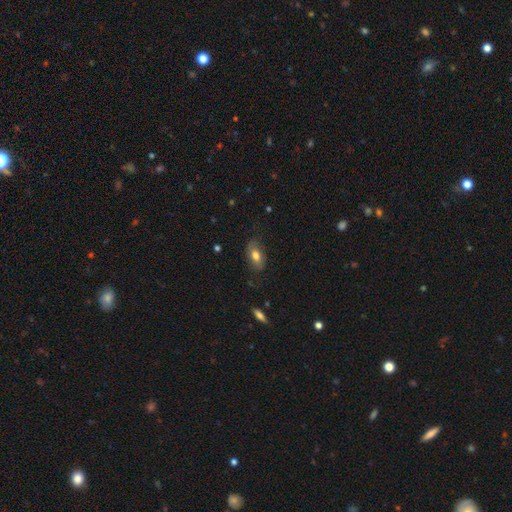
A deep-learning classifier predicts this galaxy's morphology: The model was most divided on "smooth or featured": smooth: 67%, featured or disk: 25%, star or artifact: 8%. More confident: how rounded — in between (88%); merging — none (72%).